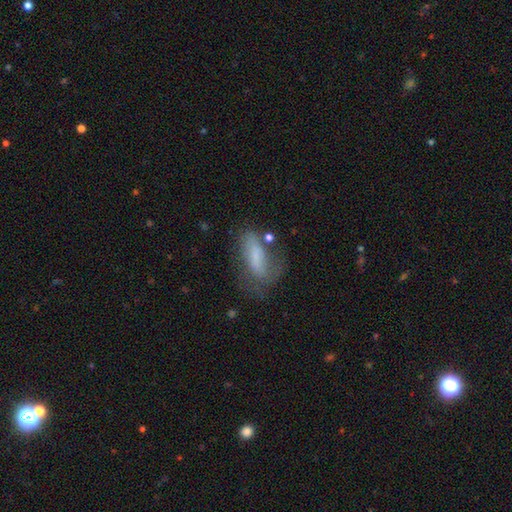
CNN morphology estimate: smooth 55%, featured or disk 34%, star or artifact 11%. Down the decision tree: how rounded — in between (67%); merging — none (44%).